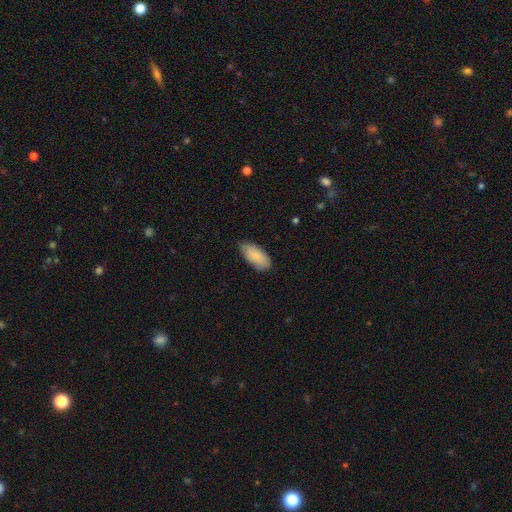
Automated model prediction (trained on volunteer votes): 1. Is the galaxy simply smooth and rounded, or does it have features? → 85% smooth, 8% featured or disk, 6% star or artifact.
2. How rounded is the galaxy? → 91% in between, 7% cigar-shaped, 2% round.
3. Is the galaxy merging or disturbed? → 74% none, 22% minor disturbance, 3% major disturbance, 1% merger.